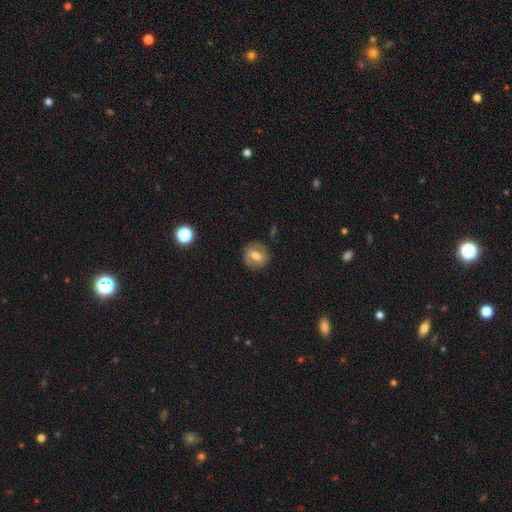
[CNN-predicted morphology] A smooth galaxy with no disk features (54%) that is round (80%). Merging: none (81%).